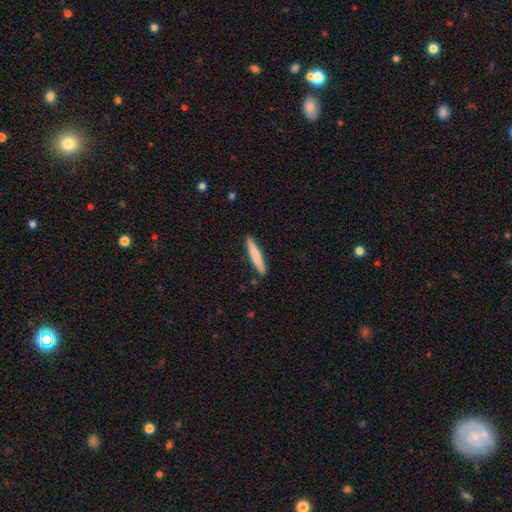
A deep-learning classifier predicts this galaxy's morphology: Smooth or featured?
  - smooth: 76% *
  - featured or disk: 19%
  - star or artifact: 5%
How rounded?
  - cigar-shaped: 93% *
  - in between: 6%
  - round: 1%
Merging?
  - none: 89% *
  - minor disturbance: 8%
  - major disturbance: 1%
  - merger: 1%